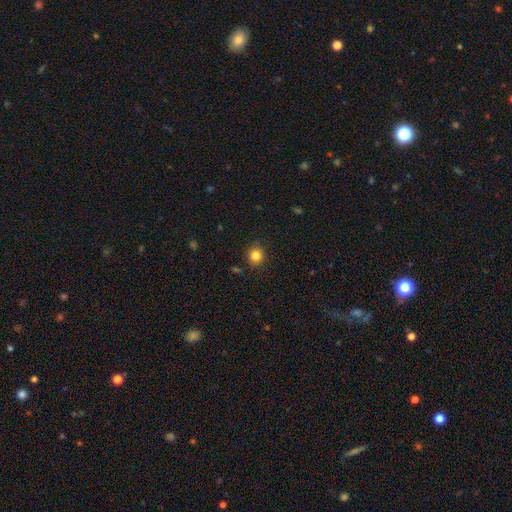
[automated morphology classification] smooth-or-featured: smooth: 83% | star or artifact: 12% | featured or disk: 5%
  how-rounded: round: 87% | in between: 12% | cigar-shaped: 1%
  merging: none: 89% | minor disturbance: 7% | major disturbance: 2% | merger: 1%